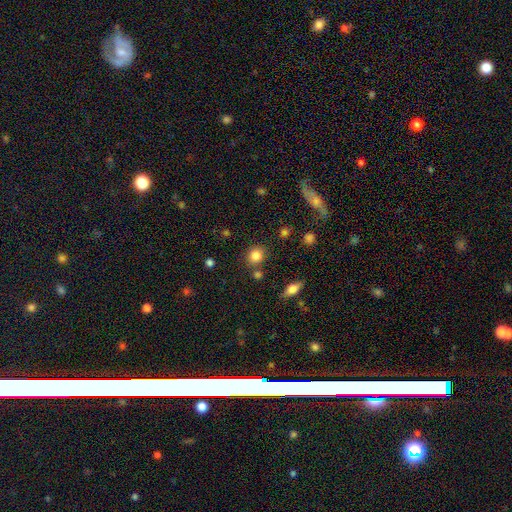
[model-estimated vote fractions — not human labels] smooth 82%, star or artifact 11%, featured or disk 7%. Down the decision tree: how rounded — round (76%); merging — none (78%).